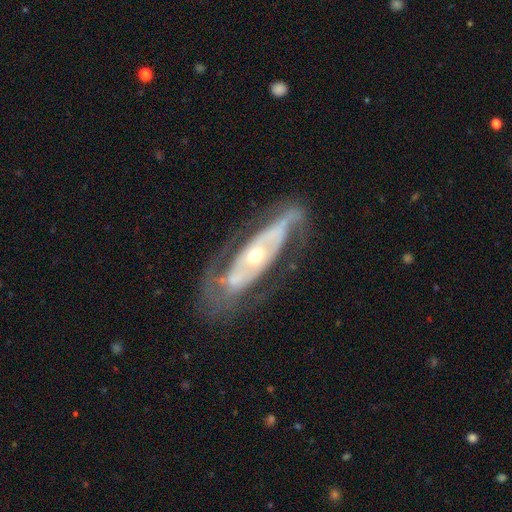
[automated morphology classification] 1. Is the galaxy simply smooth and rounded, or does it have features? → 82% featured or disk, 13% smooth, 5% star or artifact.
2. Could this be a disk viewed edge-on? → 84% no, 16% yes.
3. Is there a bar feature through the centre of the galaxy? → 69% no, 16% weak, 14% strong.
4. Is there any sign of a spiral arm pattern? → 66% yes, 34% no.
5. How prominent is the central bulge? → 56% moderate, 37% small, 5% large, 1% dominant, 1% none.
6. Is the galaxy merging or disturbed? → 67% none, 17% minor disturbance, 14% major disturbance, 2% merger.